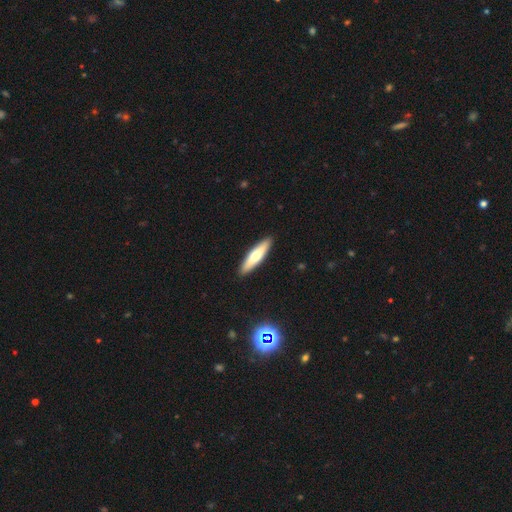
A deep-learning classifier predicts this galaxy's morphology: Overall: smooth (61%; featured or disk 34%). How rounded: cigar-shaped (76%). Merging: none (91%).